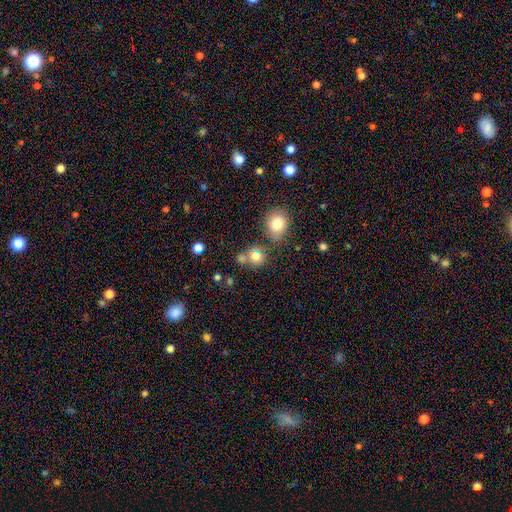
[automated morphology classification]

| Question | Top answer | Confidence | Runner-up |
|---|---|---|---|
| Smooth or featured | smooth | 77% | star or artifact (13%) |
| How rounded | round | 83% | in between (16%) |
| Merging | none | 58% | merger (27%) |